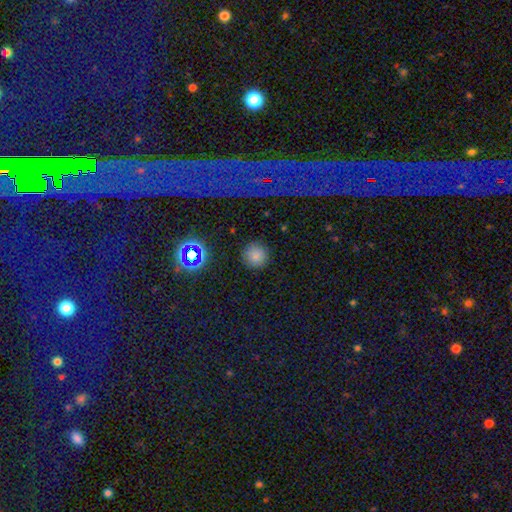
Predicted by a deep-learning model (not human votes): A smooth galaxy with no disk features (80%) that is round (94%).

Vote fractions:
- Smooth or featured? smooth: 80% / star or artifact: 15% / featured or disk: 6%
- How rounded? round: 94% / in between: 5% / cigar-shaped: 1%
- Merging? none: 89% / minor disturbance: 7% / major disturbance: 3% / merger: 1%